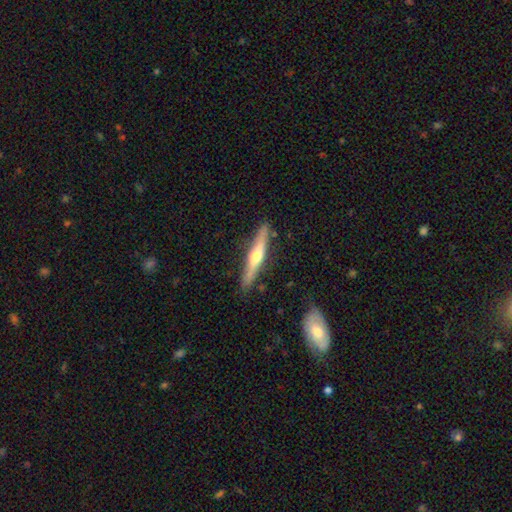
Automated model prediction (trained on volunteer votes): smooth_or_featured: featured or disk (p=0.58) [alt: smooth p=0.36]
disk_edge_on: yes (p=0.95) [alt: no p=0.05]
edge_on_bulge: rounded (p=0.87) [alt: none p=0.08]
merging: none (p=0.85) [alt: minor disturbance p=0.11]